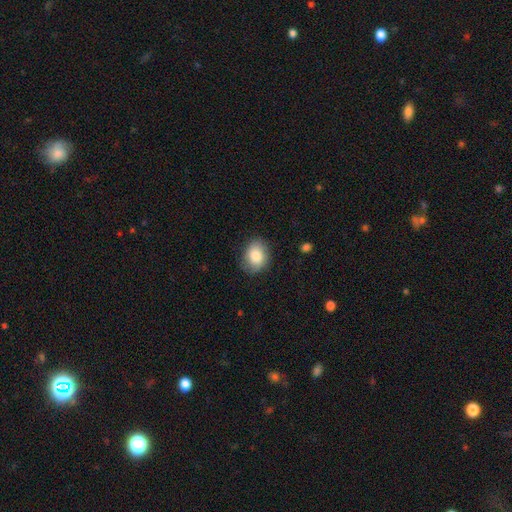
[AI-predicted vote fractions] smooth 82%, featured or disk 11%, star or artifact 7%. Down the decision tree: how rounded — in between (56%); merging — none (79%).